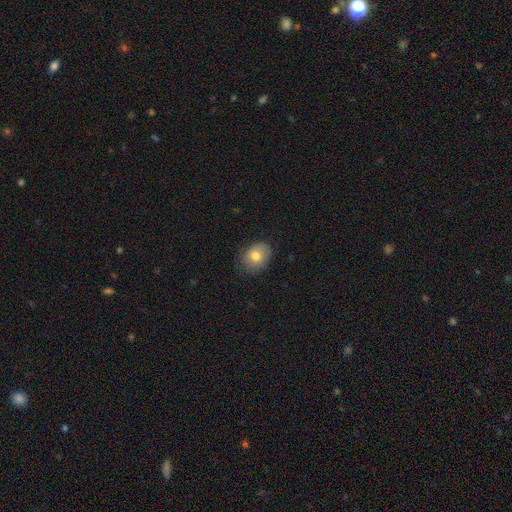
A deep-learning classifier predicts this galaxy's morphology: A smooth galaxy with no disk features (78%) that is in between round and cigar-shaped (53%). Merging: none (77%).